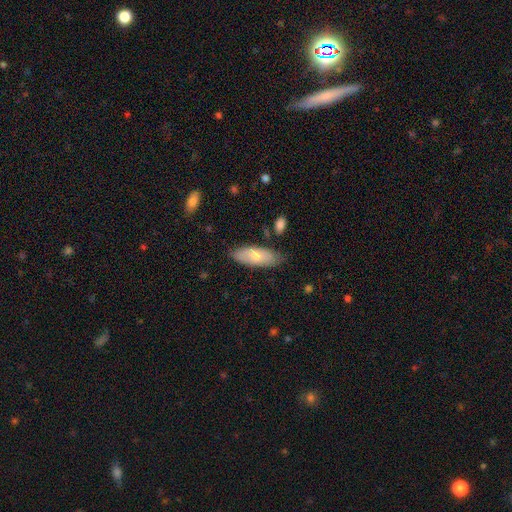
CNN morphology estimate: The model was most divided on "smooth or featured": smooth: 73%, featured or disk: 22%, star or artifact: 6%. More confident: how rounded — in between (78%); merging — none (77%).